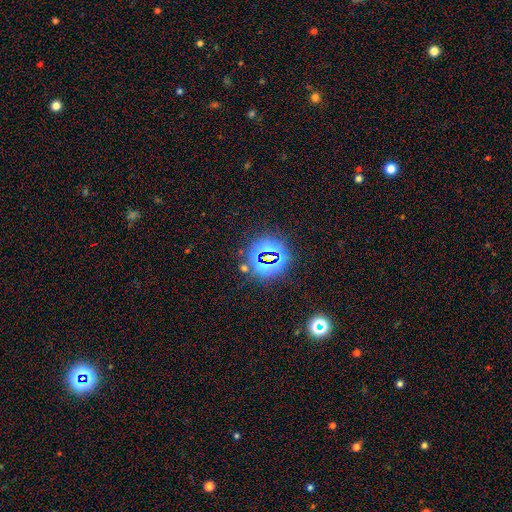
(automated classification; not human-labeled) Smooth or featured?
  - star or artifact: 76% *
  - smooth: 15%
  - featured or disk: 9%